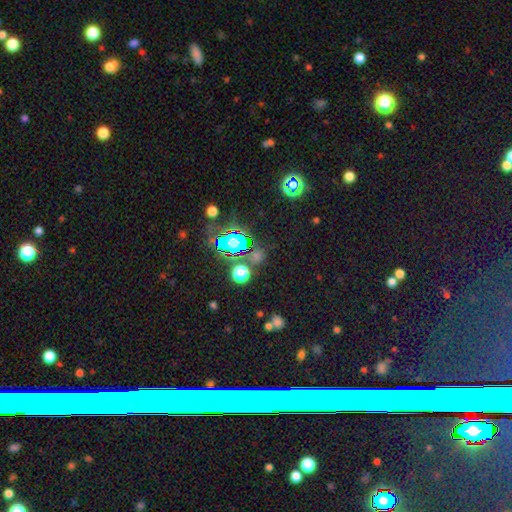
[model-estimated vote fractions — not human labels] star or artifact 63%, smooth 29%, featured or disk 9%.